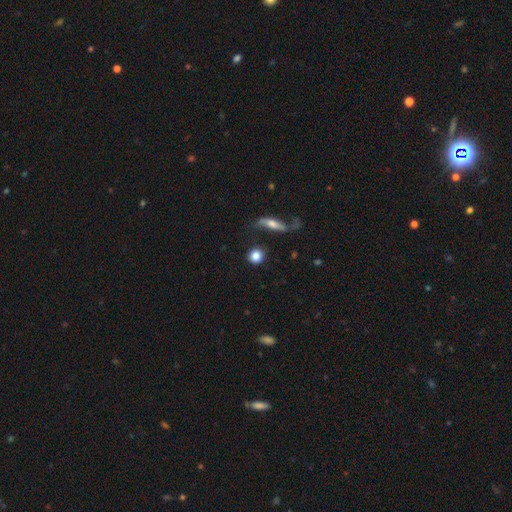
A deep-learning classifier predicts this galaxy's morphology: Smooth or featured: smooth — 83% (featured or disk — 9%)
How rounded: round — 90% (in between — 8%)
Merging: none — 80% (minor disturbance — 10%)